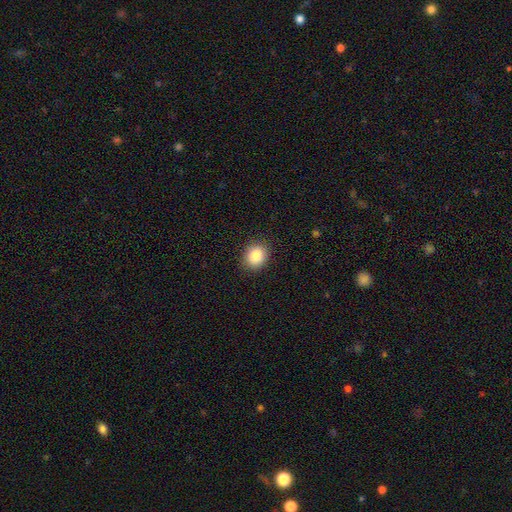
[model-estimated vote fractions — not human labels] Smooth or featured: smooth — 85% (star or artifact — 9%)
How rounded: round — 68% (in between — 32%)
Merging: none — 89% (minor disturbance — 8%)